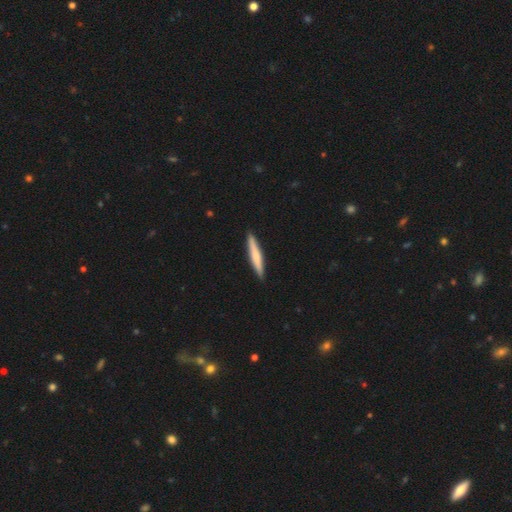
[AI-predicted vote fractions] smooth 63%, featured or disk 32%, star or artifact 5%. Down the decision tree: how rounded — cigar-shaped (94%); merging — none (92%).